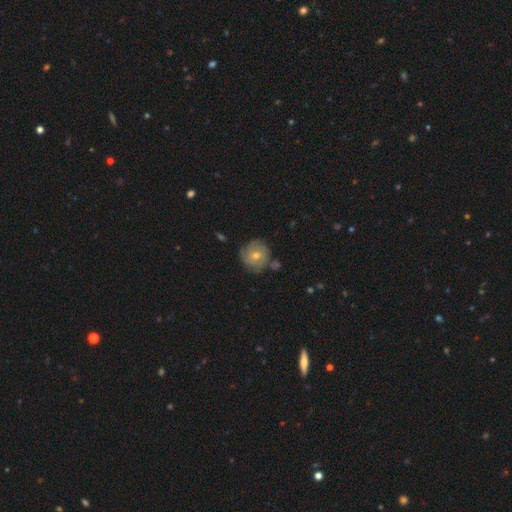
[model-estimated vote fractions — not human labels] Smooth or featured: featured or disk — 51% (smooth — 42%)
Edge-on disk: no — 97% (yes — 3%)
Merging: none — 69% (minor disturbance — 19%)